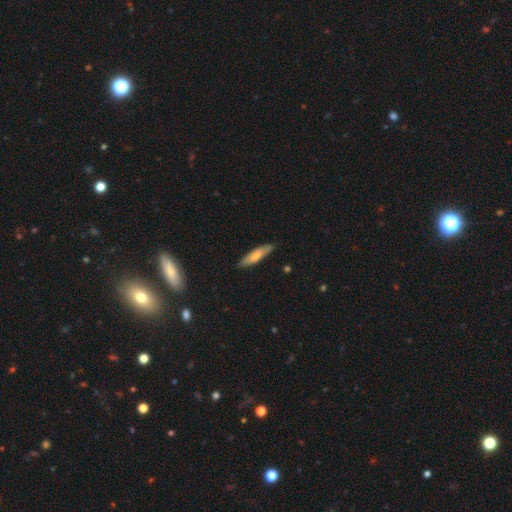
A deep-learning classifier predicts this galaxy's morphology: The model was most divided on "smooth or featured": smooth: 66%, featured or disk: 28%, star or artifact: 6%. More confident: merging — none (84%); how rounded — cigar-shaped (74%).